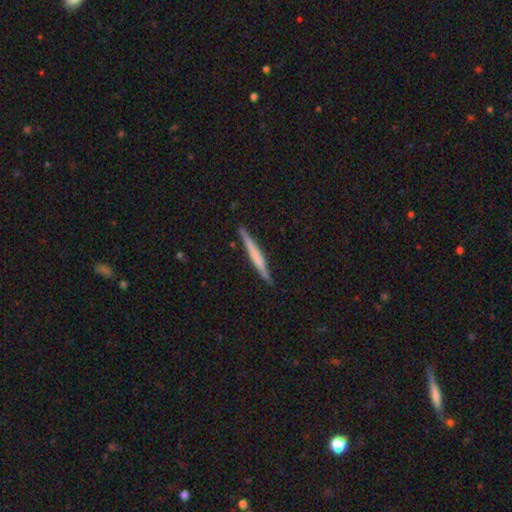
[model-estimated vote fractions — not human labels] smooth-or-featured: featured or disk: 47% (tied) | smooth: 47% (tied) | star or artifact: 5%
  merging: none: 88% | minor disturbance: 9% | major disturbance: 2% | merger: 1%